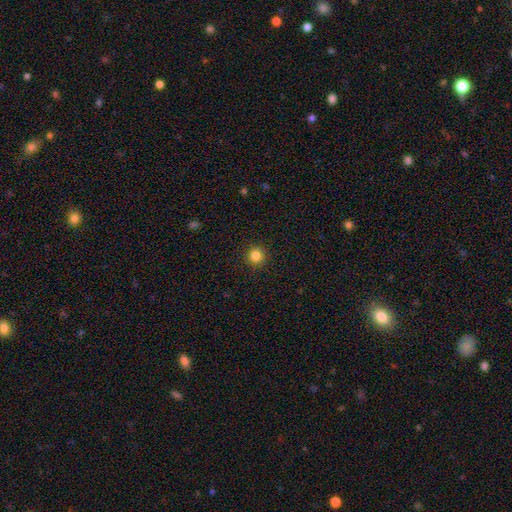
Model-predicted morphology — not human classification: Smooth or featured?
  - smooth: 84% *
  - star or artifact: 12%
  - featured or disk: 4%
How rounded?
  - round: 95% *
  - in between: 4%
  - cigar-shaped: 1%
Merging?
  - none: 92% *
  - minor disturbance: 5%
  - major disturbance: 2%
  - merger: 1%